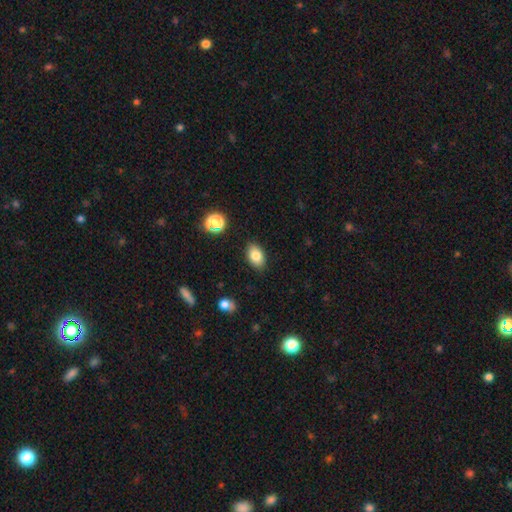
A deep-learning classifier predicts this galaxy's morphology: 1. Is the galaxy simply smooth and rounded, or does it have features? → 82% smooth, 9% star or artifact, 8% featured or disk.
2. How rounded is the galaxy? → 87% in between, 11% round, 1% cigar-shaped.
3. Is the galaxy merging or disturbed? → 86% none, 10% minor disturbance, 2% major disturbance, 2% merger.